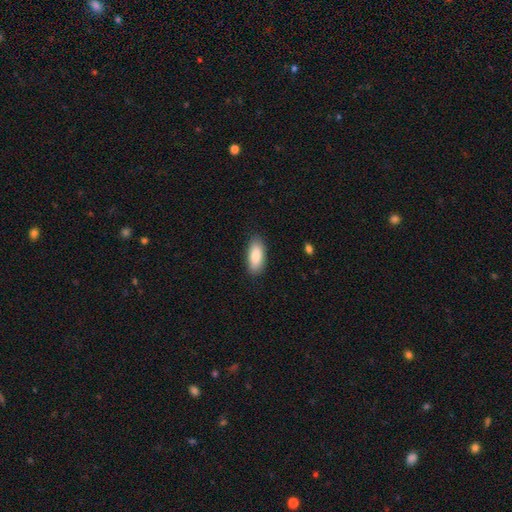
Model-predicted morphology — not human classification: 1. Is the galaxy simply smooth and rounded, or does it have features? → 85% smooth, 9% featured or disk, 6% star or artifact.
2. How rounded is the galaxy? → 83% in between, 15% cigar-shaped, 2% round.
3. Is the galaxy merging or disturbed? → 87% none, 10% minor disturbance, 2% major disturbance, 1% merger.